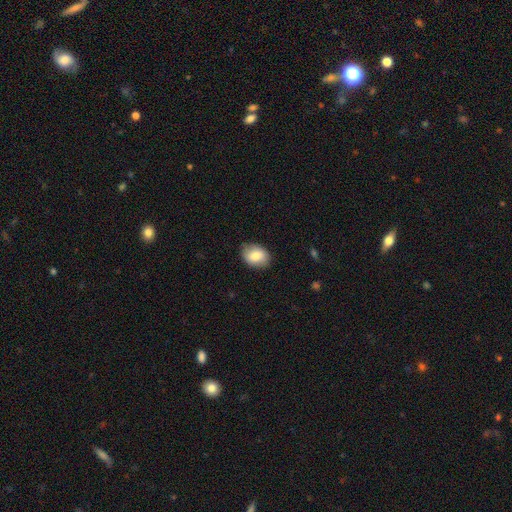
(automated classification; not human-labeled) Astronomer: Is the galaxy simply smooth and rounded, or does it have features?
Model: smooth — 81%.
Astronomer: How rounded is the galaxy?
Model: in between — 70%.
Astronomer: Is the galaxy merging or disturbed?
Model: none — 80%.